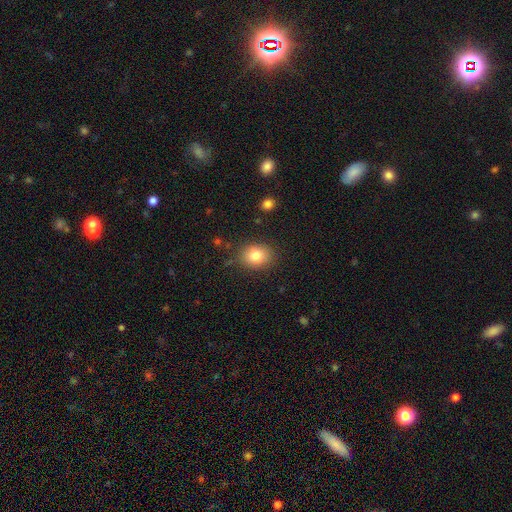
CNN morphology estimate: The model was most divided on "how rounded": round: 55%, in between: 44%, cigar-shaped: 1%. More confident: merging — none (84%); smooth or featured — smooth (80%).